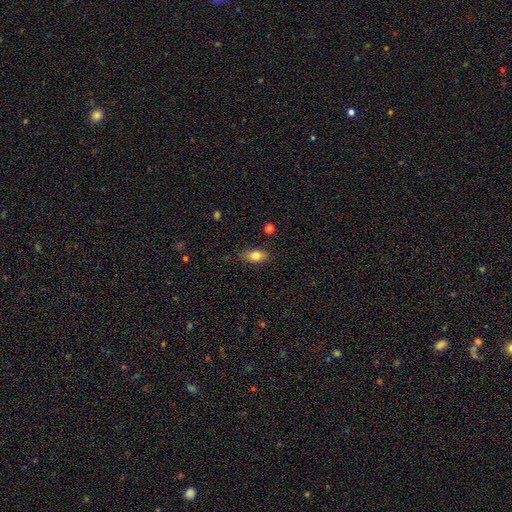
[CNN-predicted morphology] Smooth or featured: smooth — 78% (featured or disk — 14%)
How rounded: in between — 83% (cigar-shaped — 9%)
Merging: none — 81% (minor disturbance — 15%)